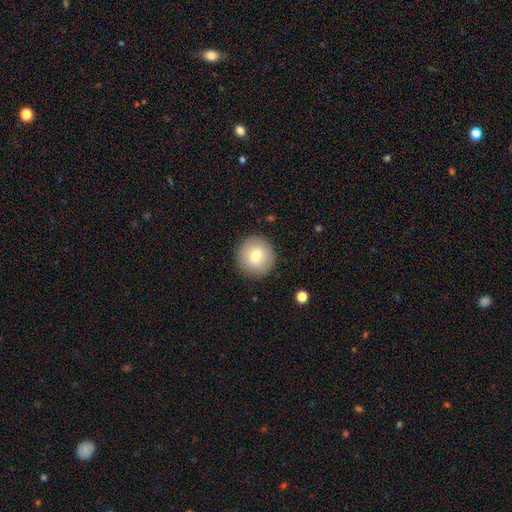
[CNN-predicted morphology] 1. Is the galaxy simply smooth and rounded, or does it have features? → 74% smooth, 17% featured or disk, 9% star or artifact.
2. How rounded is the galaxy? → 95% round, 4% in between, 1% cigar-shaped.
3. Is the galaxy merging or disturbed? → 90% none, 7% minor disturbance, 2% major disturbance, 1% merger.